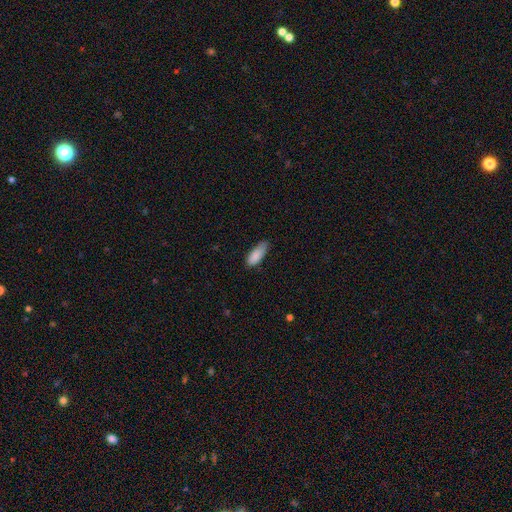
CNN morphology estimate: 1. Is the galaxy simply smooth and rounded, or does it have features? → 87% smooth, 6% star or artifact, 6% featured or disk.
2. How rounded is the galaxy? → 75% in between, 24% cigar-shaped, 2% round.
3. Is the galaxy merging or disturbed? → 64% none, 30% minor disturbance, 5% major disturbance, 1% merger.